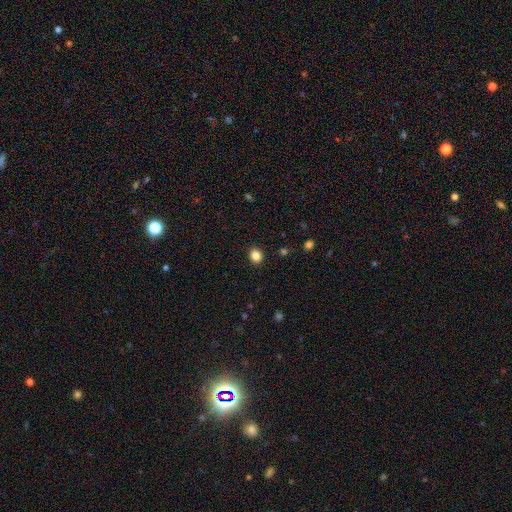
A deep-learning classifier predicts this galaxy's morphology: Smooth or featured: smooth — 84% (star or artifact — 12%)
How rounded: round — 73% (in between — 26%)
Merging: none — 91% (minor disturbance — 6%)